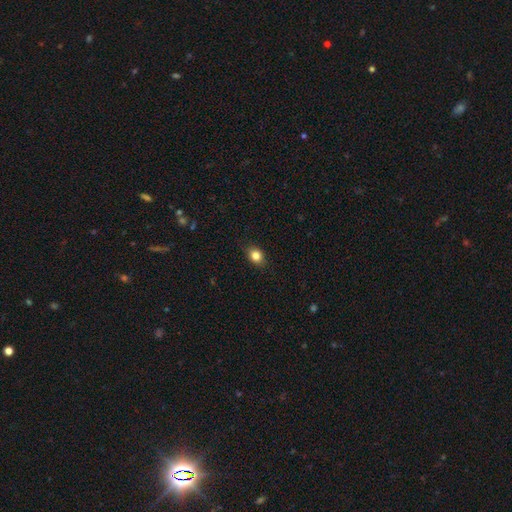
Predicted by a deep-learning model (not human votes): This appears to be a smooth galaxy with no disk features (83%) that is in between round and cigar-shaped (50%). Merging: none (86%).